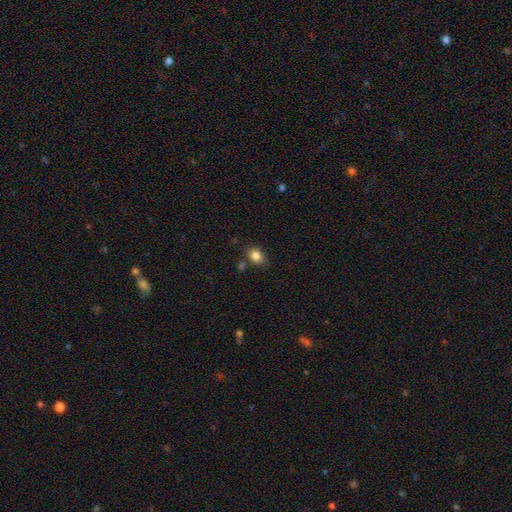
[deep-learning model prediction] Smooth or featured: smooth — 84% (star or artifact — 10%)
How rounded: in between — 69% (round — 30%)
Merging: none — 79% (minor disturbance — 12%)